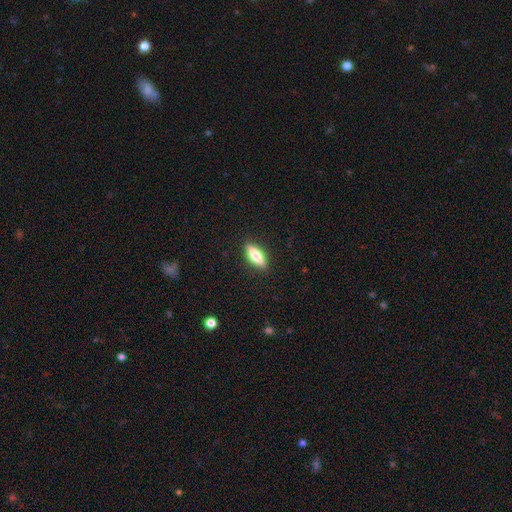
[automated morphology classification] This is possibly a smooth galaxy (59%). How rounded: possibly in between (56%). Merging: clearly none (88%).